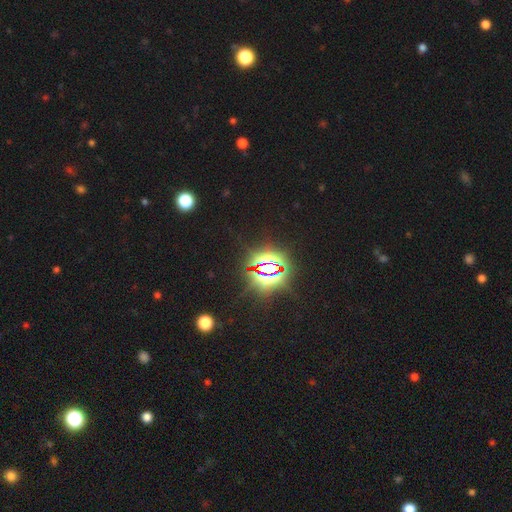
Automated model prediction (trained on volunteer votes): smooth_or_featured: star or artifact (p=0.82) [alt: smooth p=0.09]